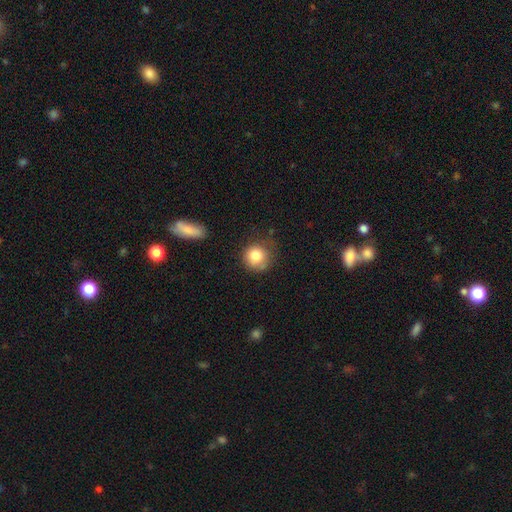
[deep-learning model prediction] This appears to be a smooth galaxy with no disk features (81%) that is round (89%). Merging: none (66%).